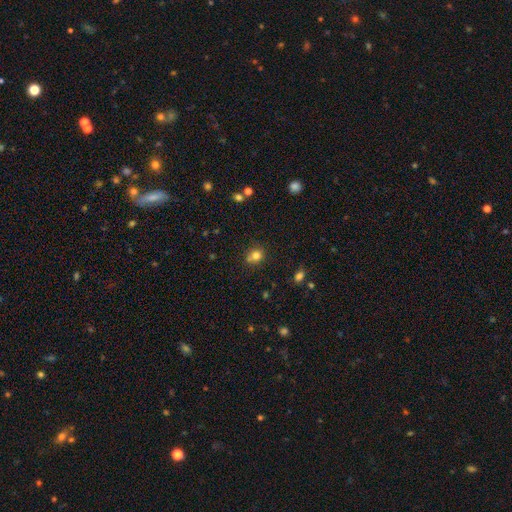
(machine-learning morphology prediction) Smooth or featured? Predicted: smooth (p=0.78). How rounded? Predicted: round (p=0.74). Merging? Predicted: none (p=0.60).